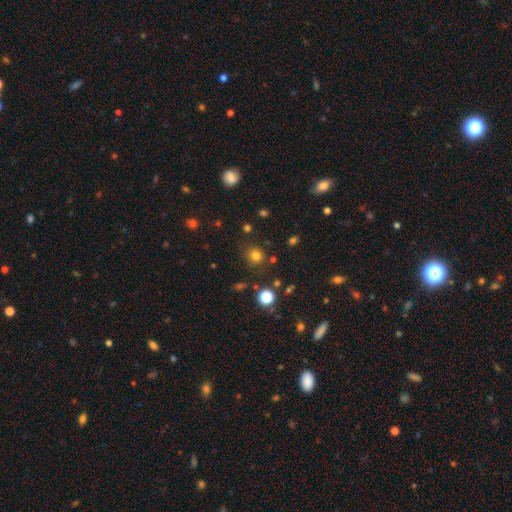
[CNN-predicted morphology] Smooth or featured? smooth (76%)
How rounded? round (88%)
Merging? none (82%)